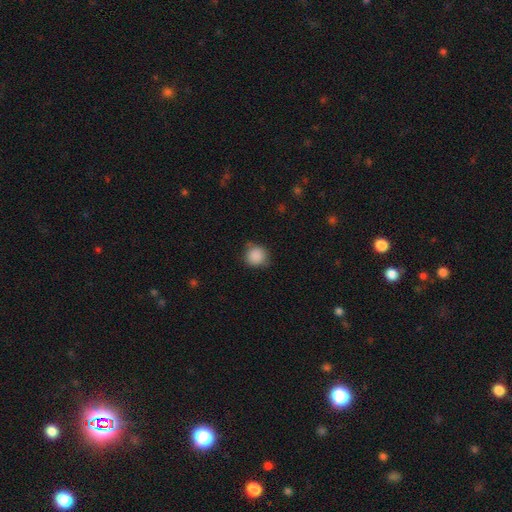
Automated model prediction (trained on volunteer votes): This is clearly a smooth galaxy (88%). How rounded: clearly round (87%). Merging: likely none (72%).